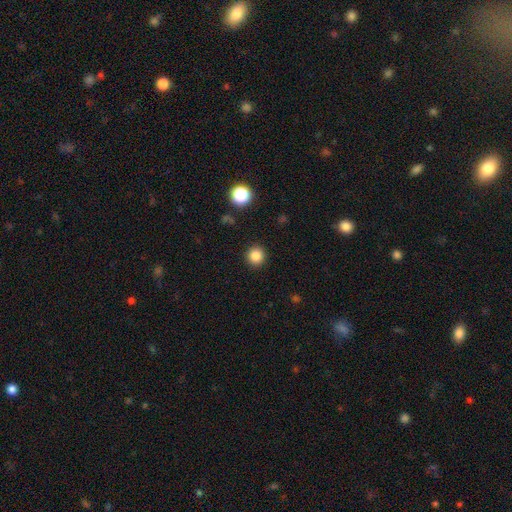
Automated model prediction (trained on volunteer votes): Q: Smooth or featured?
A: smooth (84%); runner-up: star or artifact (12%)
Q: How rounded?
A: round (95%); runner-up: in between (4%)
Q: Merging?
A: none (92%); runner-up: minor disturbance (5%)